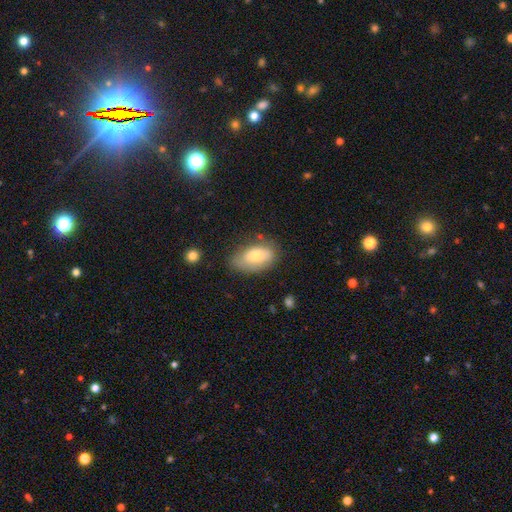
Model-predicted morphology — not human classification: Smooth or featured? smooth (67%)
How rounded? in between (92%)
Merging? none (62%)